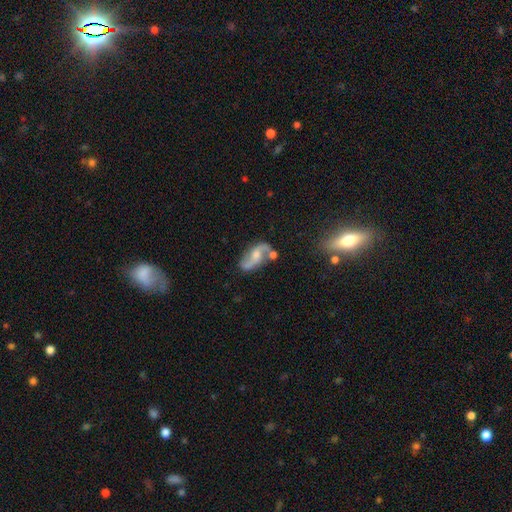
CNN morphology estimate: Smooth or featured? Predicted: featured or disk (p=0.79). Edge-on disk? Predicted: no (p=0.96). Bar? Predicted: no (p=0.52). Spiral arms? Predicted: yes (p=0.93). Spiral winding? Predicted: loose (p=0.69). Spiral arm count? Predicted: 2 (p=0.92). Bulge size? Predicted: moderate (p=0.54). Merging? Predicted: none (p=0.58).